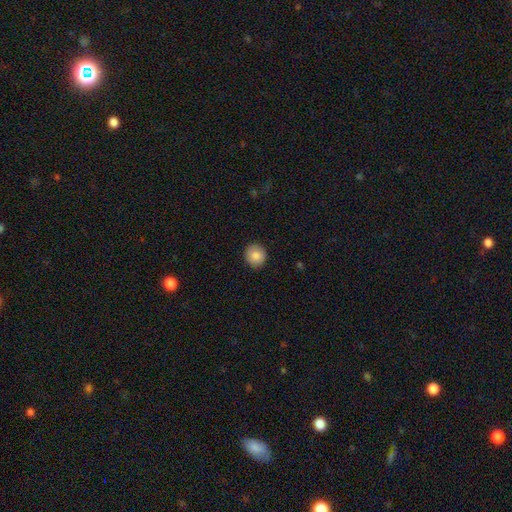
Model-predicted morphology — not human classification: type=smooth (85%); roundness=round (88%); merging=none (91%).